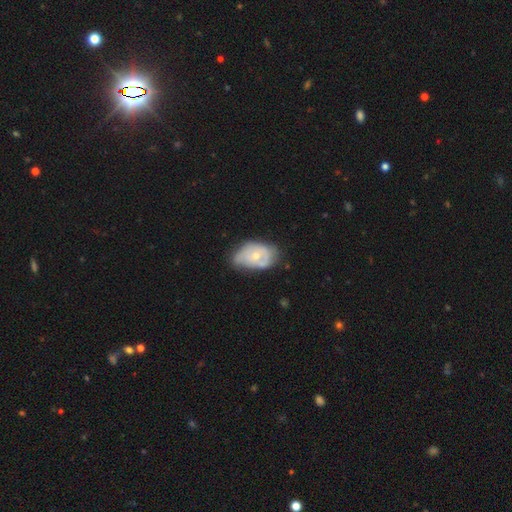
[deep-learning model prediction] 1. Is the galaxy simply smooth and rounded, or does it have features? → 53% featured or disk, 41% smooth, 6% star or artifact.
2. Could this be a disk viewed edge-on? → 95% no, 5% yes.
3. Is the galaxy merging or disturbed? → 40% minor disturbance (tied), 40% none (tied), 16% major disturbance, 4% merger.